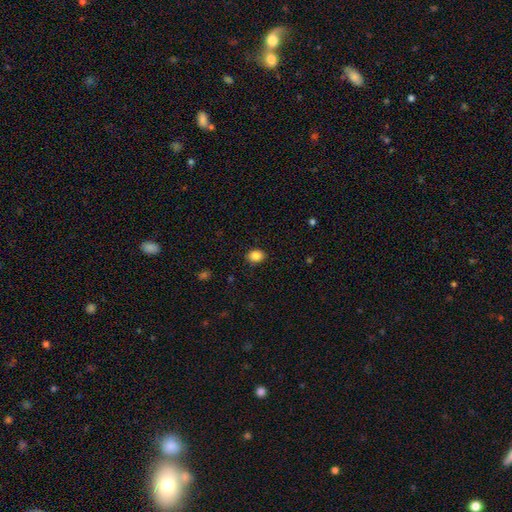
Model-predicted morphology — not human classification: A smooth galaxy with no disk features (86%) that is in between round and cigar-shaped (54%). Merging: none (89%).